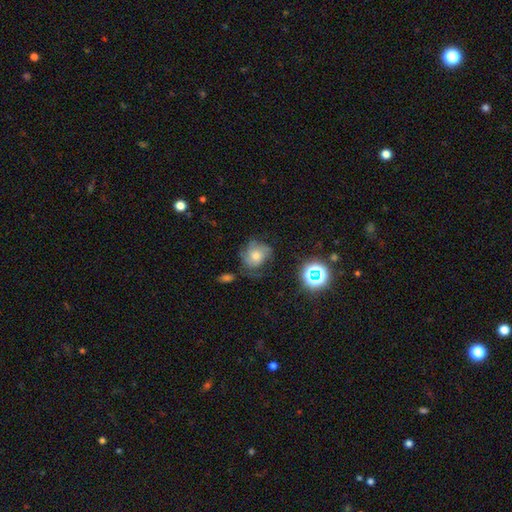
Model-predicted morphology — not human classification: This appears to be a featured or disk galaxy (53%) with no bar (79%), spiral arms (83%) and a moderate central bulge (58%). Merging: none (56%).